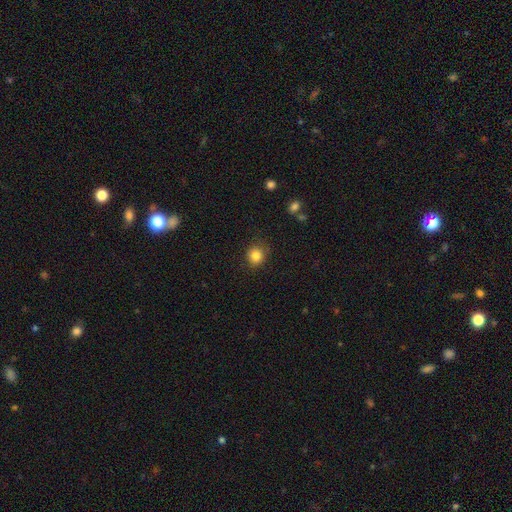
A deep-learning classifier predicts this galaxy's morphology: The model was most divided on "merging": none: 81%, minor disturbance: 14%, major disturbance: 4%, merger: 1%. More confident: how rounded — round (84%); smooth or featured — smooth (83%).